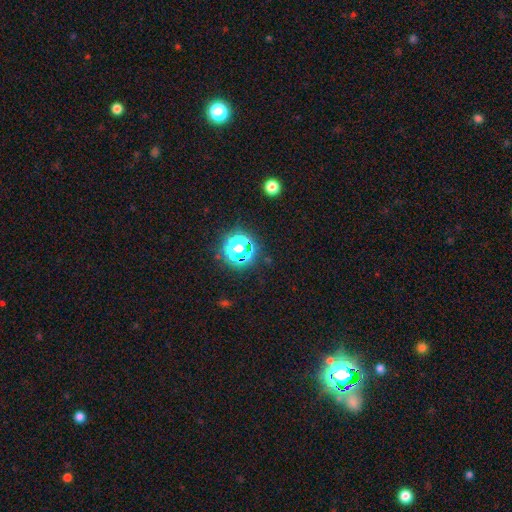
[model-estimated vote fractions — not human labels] Smooth or featured? star or artifact (76%)